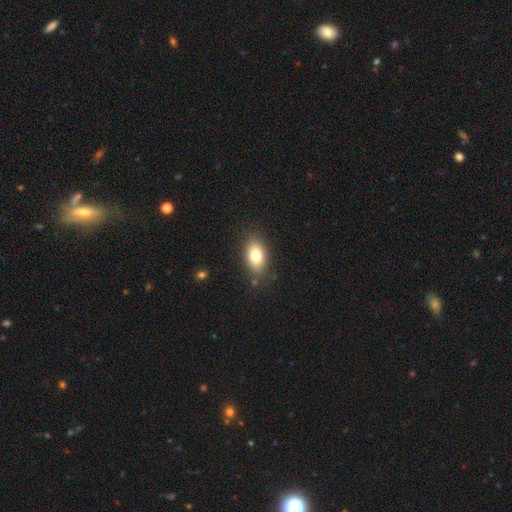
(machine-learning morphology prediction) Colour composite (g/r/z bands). It shows a smooth galaxy with no disk features (78%) that is in between round and cigar-shaped (87%). Merging: none (83%).